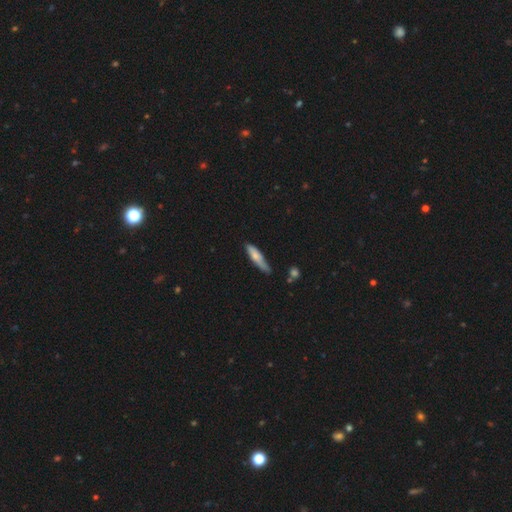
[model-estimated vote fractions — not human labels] smooth-or-featured: smooth: 69% | featured or disk: 25% | star or artifact: 6%
  how-rounded: cigar-shaped: 74% | in between: 24% | round: 2%
  merging: none: 57% | minor disturbance: 32% | major disturbance: 6% | merger: 4%